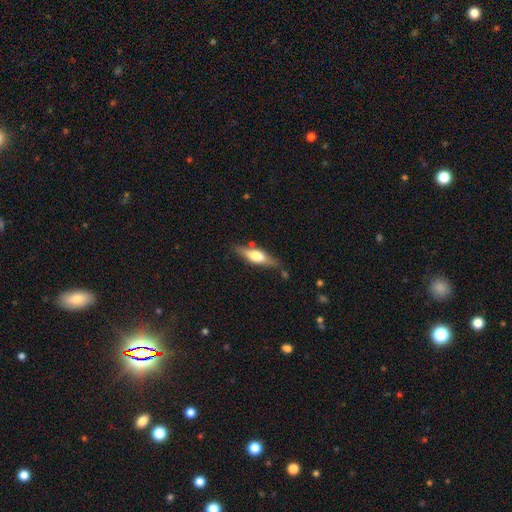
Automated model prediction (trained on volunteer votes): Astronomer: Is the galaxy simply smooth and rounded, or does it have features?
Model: featured or disk — 50% (runner-up: smooth, 44%).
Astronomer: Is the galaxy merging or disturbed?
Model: none — 75%.